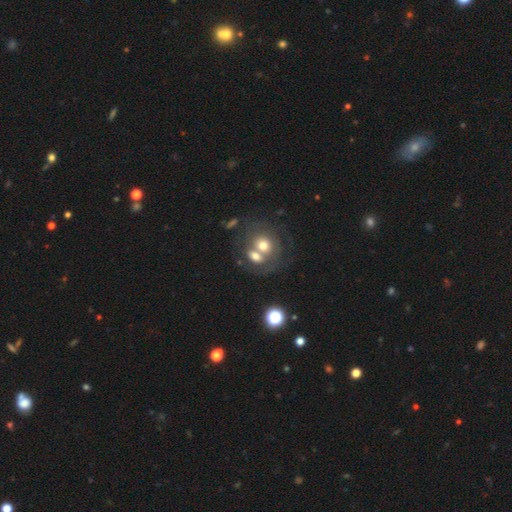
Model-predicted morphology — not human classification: smooth-or-featured: smooth: 44% | featured or disk: 37% | star or artifact: 19%
  merging: merger: 49% | none: 36% | minor disturbance: 9% | major disturbance: 7%